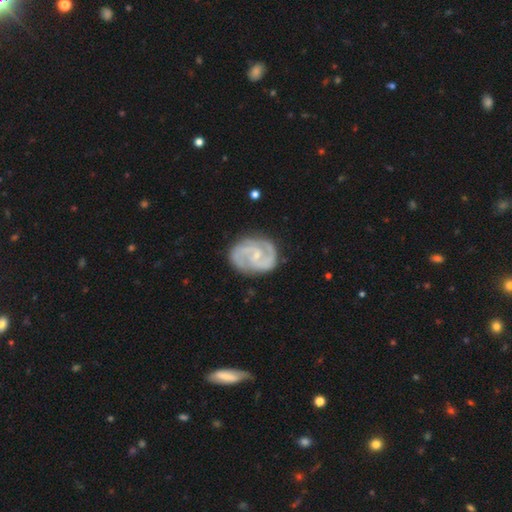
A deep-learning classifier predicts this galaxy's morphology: Q: Smooth or featured?
A: featured or disk (89%); runner-up: smooth (6%)
Q: Edge-on disk?
A: no (98%); runner-up: yes (2%)
Q: Bar?
A: no (46%); runner-up: weak (43%)
Q: Spiral arms?
A: yes (98%); runner-up: no (2%)
Q: Spiral winding?
A: medium (52%); runner-up: tight (38%)
Q: Spiral arm count?
A: 2 (86%); runner-up: 3 (5%)
Q: Bulge size?
A: small (72%); runner-up: moderate (21%)
Q: Merging?
A: none (80%); runner-up: minor disturbance (15%)